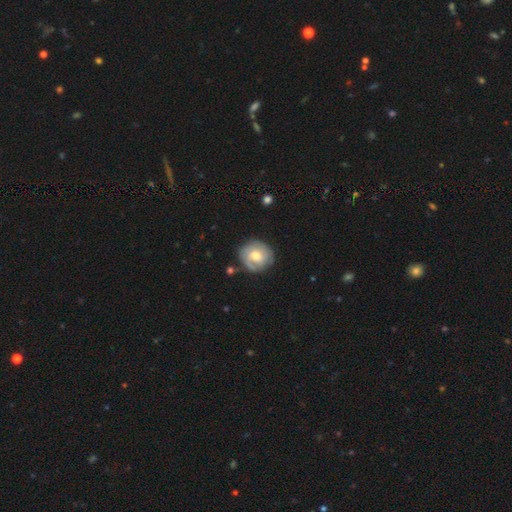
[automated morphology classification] The model was most divided on "smooth or featured": featured or disk: 58%, smooth: 36%, star or artifact: 6%. More confident: edge-on disk — no (97%); spiral arms — yes (83%); merging — none (75%); bulge size — moderate (63%); bar — no (62%).